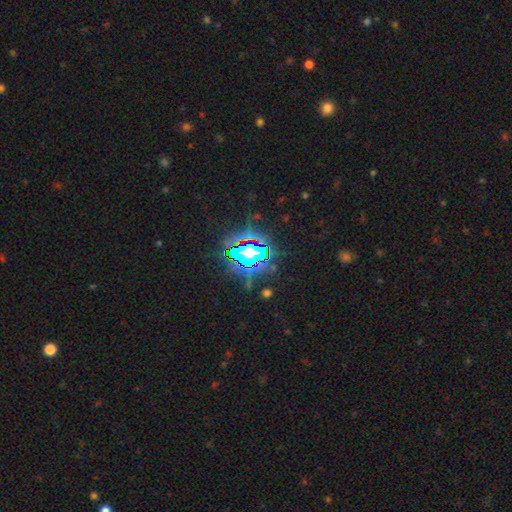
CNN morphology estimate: smooth-or-featured: star or artifact: 81% | smooth: 11% | featured or disk: 8%